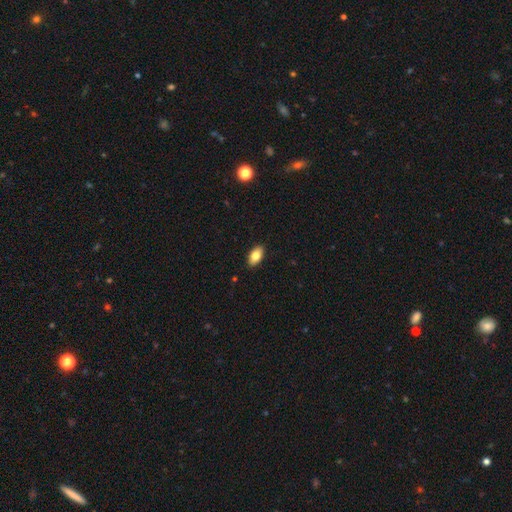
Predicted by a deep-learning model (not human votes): Smooth or featured? smooth (81%)
How rounded? in between (92%)
Merging? none (89%)